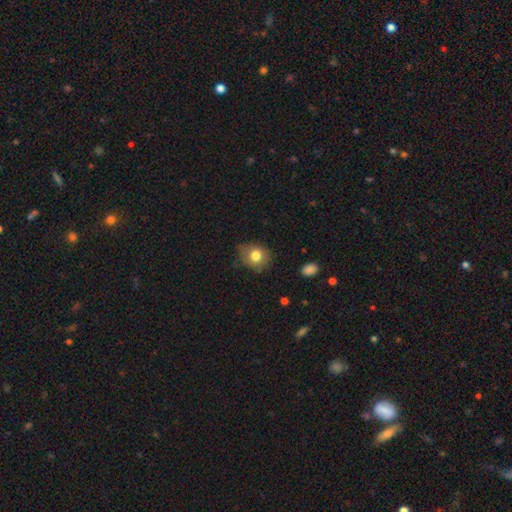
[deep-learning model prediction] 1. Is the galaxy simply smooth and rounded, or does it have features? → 79% smooth, 11% featured or disk, 10% star or artifact.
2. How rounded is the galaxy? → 72% round, 27% in between, 1% cigar-shaped.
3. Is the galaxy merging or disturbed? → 71% none, 22% minor disturbance, 5% major disturbance, 1% merger.